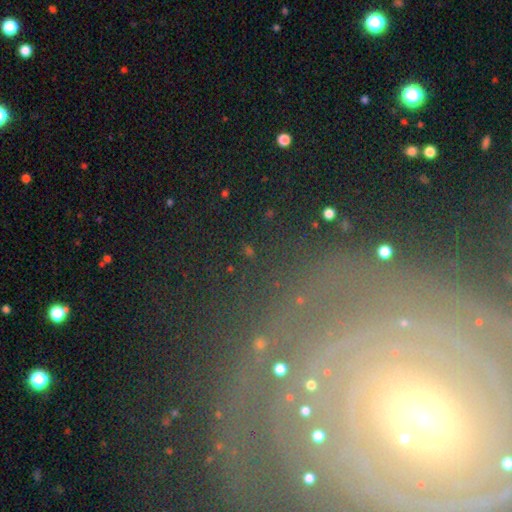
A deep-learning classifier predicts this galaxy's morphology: Smooth or featured? featured or disk (56%)
Edge-on disk? no (87%)
Merging? none (77%)